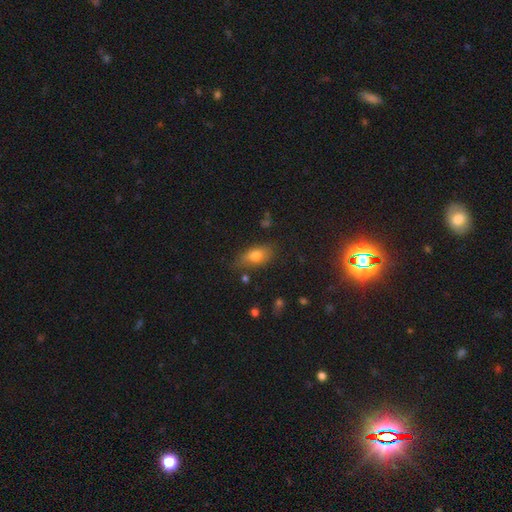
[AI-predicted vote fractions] Morphology: type=smooth (74%); roundness=in between (84%); merging=none (70%).